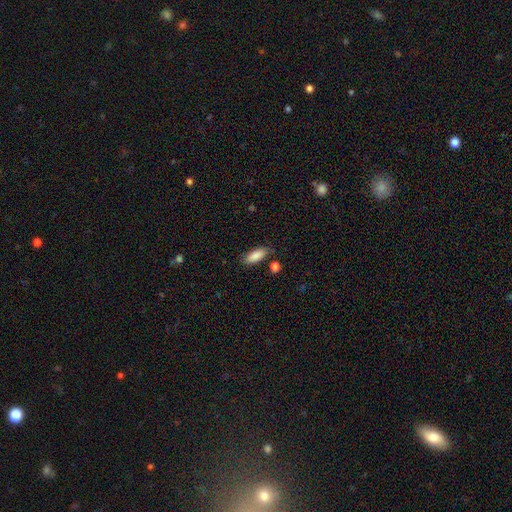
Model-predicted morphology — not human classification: Q: Smooth or featured?
A: smooth (87%); runner-up: star or artifact (6%)
Q: How rounded?
A: in between (77%); runner-up: cigar-shaped (21%)
Q: Merging?
A: none (78%); runner-up: minor disturbance (14%)